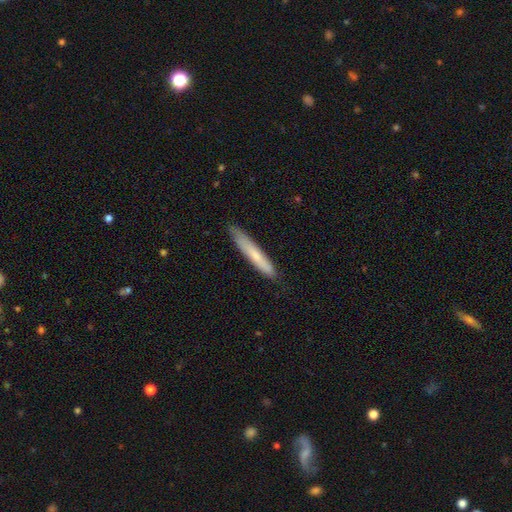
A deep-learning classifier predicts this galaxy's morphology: Q: Smooth or featured?
A: smooth (66%); runner-up: featured or disk (28%)
Q: How rounded?
A: cigar-shaped (94%); runner-up: in between (5%)
Q: Merging?
A: none (82%); runner-up: minor disturbance (14%)